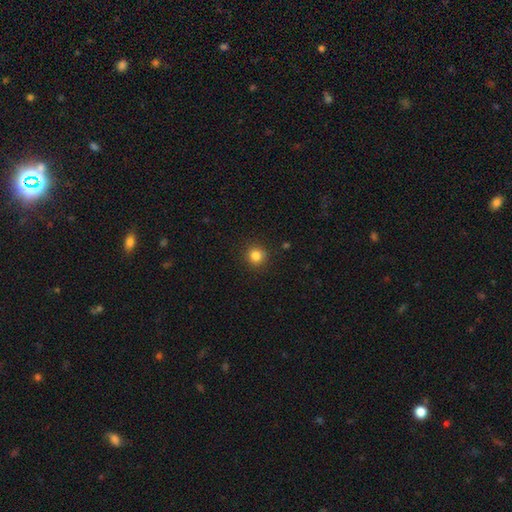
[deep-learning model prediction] Smooth or featured?
  - smooth: 83% *
  - star or artifact: 12%
  - featured or disk: 5%
How rounded?
  - round: 93% *
  - in between: 6%
  - cigar-shaped: 1%
Merging?
  - none: 91% *
  - minor disturbance: 6%
  - major disturbance: 2%
  - merger: 1%